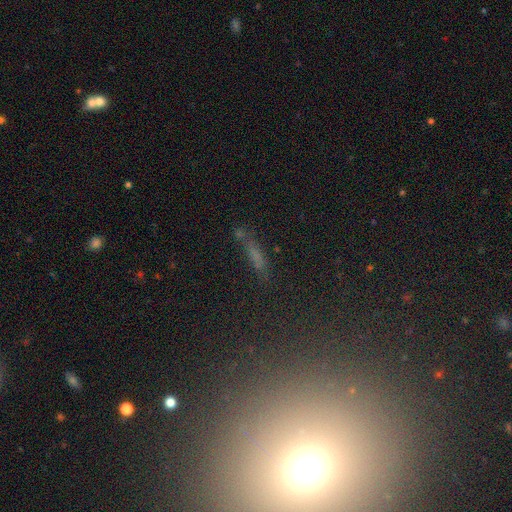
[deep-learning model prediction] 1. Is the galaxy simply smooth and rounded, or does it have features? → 53% smooth, 28% star or artifact, 19% featured or disk.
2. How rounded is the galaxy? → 82% cigar-shaped, 13% in between, 4% round.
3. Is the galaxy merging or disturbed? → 64% none, 19% minor disturbance, 10% major disturbance, 7% merger.